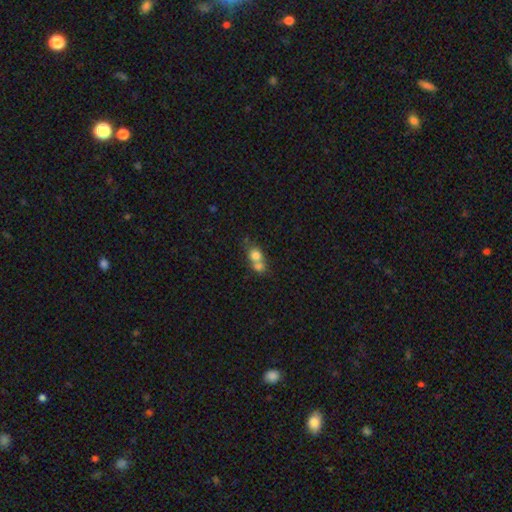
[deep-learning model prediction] smooth-or-featured: smooth: 75% | featured or disk: 15% | star or artifact: 10%
  how-rounded: round: 65% | in between: 33% | cigar-shaped: 2%
  merging: merger: 69% | none: 22% | minor disturbance: 6% | major disturbance: 3%